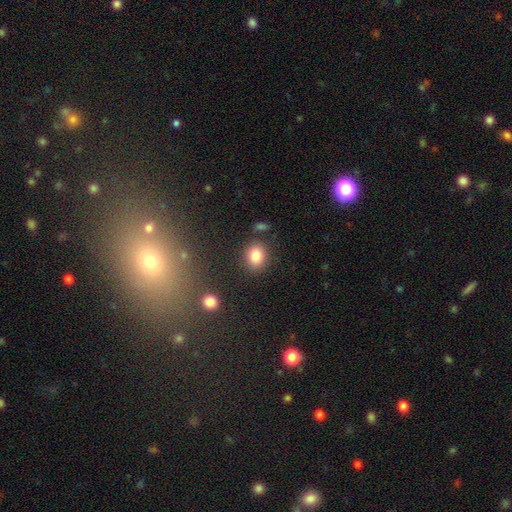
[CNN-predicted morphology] A smooth galaxy with no disk features (83%) that is round (59%).

Vote fractions:
- Smooth or featured? smooth: 83% / star or artifact: 10% / featured or disk: 7%
- How rounded? round: 59% / in between: 40% / cigar-shaped: 1%
- Merging? none: 82% / minor disturbance: 10% / merger: 5% / major disturbance: 3%